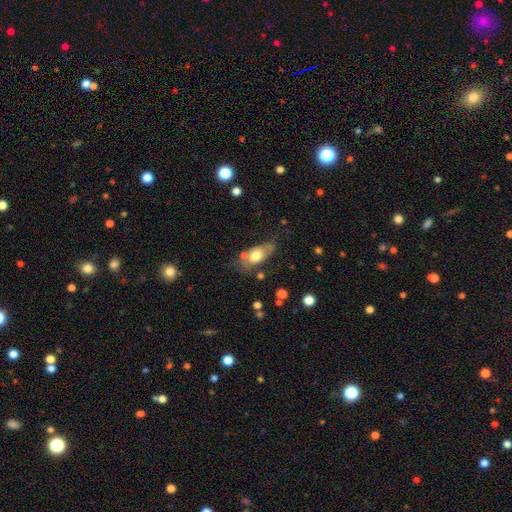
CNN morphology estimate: smooth_or_featured: smooth (p=0.62) [alt: featured or disk p=0.31]
how_rounded: in between (p=0.85) [alt: round p=0.09]
merging: none (p=0.47) [alt: minor disturbance p=0.28]